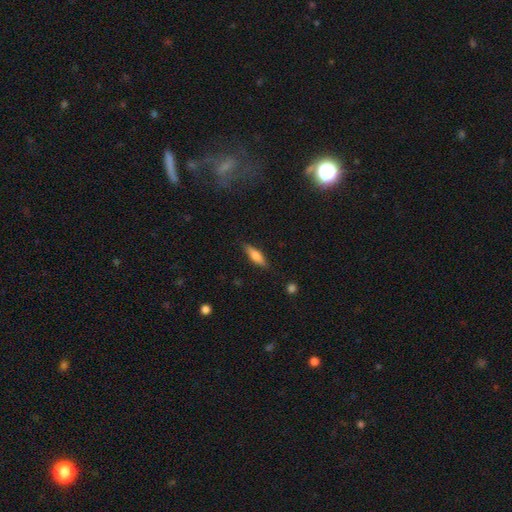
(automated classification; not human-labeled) Smooth or featured?
  - smooth: 66% *
  - featured or disk: 27%
  - star or artifact: 7%
How rounded?
  - cigar-shaped: 58% *
  - in between: 40%
  - round: 2%
Merging?
  - none: 84% *
  - minor disturbance: 12%
  - major disturbance: 3%
  - merger: 1%